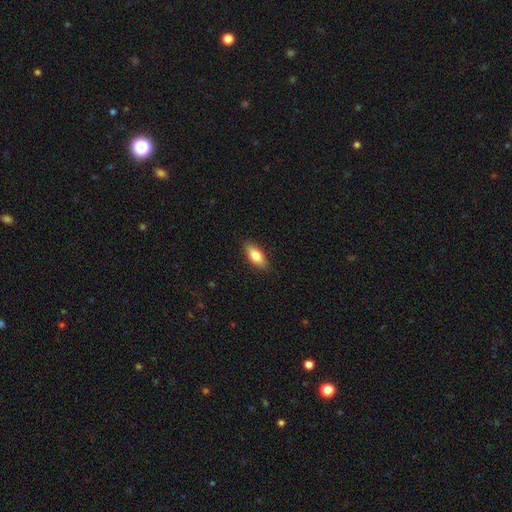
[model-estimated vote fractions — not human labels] This appears to be a smooth galaxy with no disk features (77%) that is in between round and cigar-shaped (78%). Merging: none (86%).